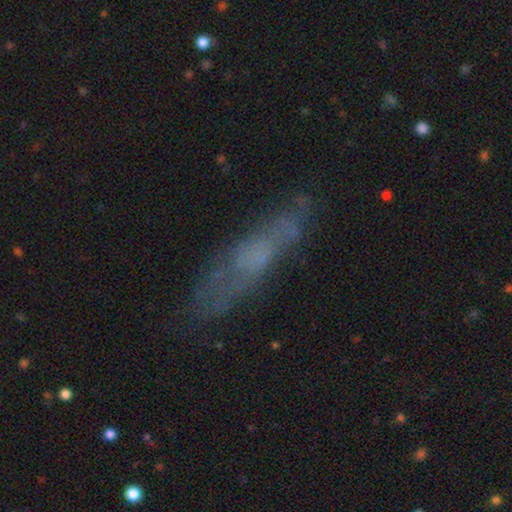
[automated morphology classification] Smooth or featured? Predicted: featured or disk (p=0.47). Merging? Predicted: none (p=0.74).